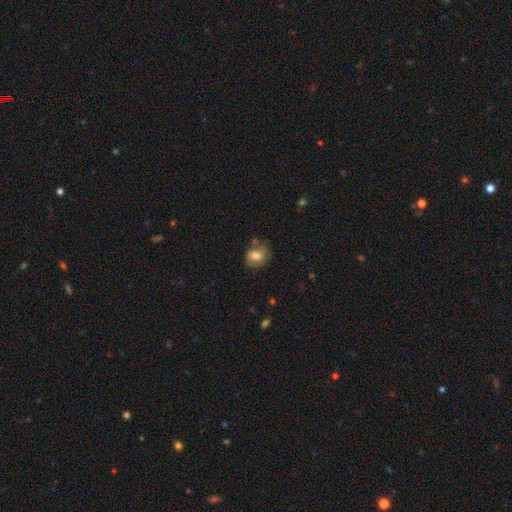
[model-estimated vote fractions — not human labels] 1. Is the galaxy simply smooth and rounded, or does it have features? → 70% smooth, 21% featured or disk, 9% star or artifact.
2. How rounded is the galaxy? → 59% round, 39% in between, 1% cigar-shaped.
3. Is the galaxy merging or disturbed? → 66% none, 22% minor disturbance, 6% major disturbance, 6% merger.